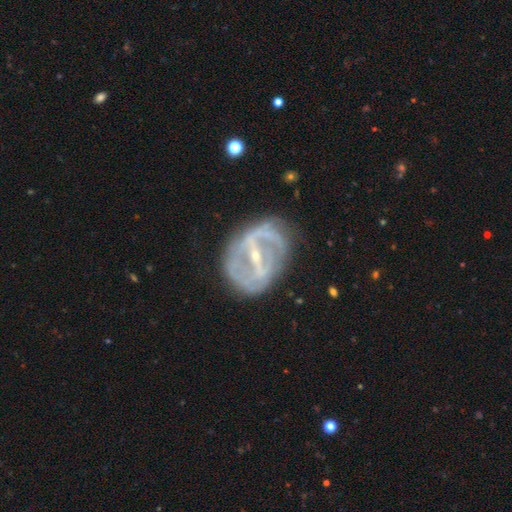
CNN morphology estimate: type=featured or disk (85%); edge-on=no (94%); bar=strong (75%); spiral arms=yes (65%); winding=tight (41%); arm count=2 (58%); bulge=small (72%); merging=none (69%).